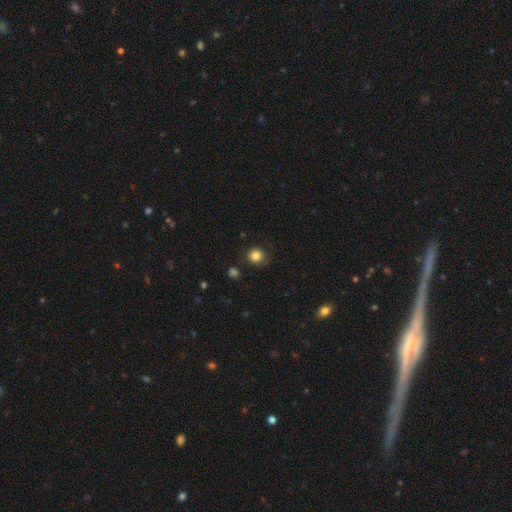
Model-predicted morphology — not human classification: smooth 83%, star or artifact 11%, featured or disk 5%. Down the decision tree: how rounded — round (87%); merging — none (80%).